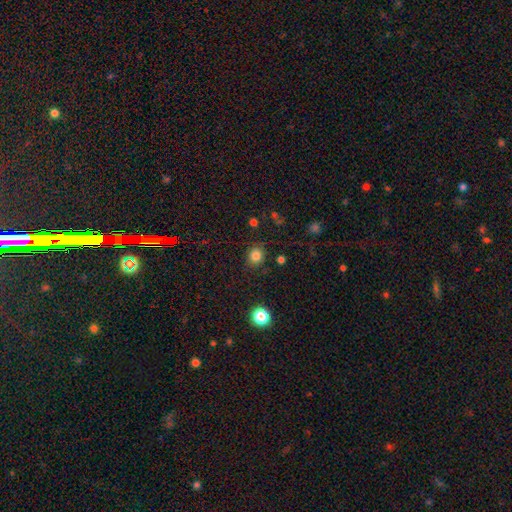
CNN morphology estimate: Smooth or featured? smooth (82%)
How rounded? round (79%)
Merging? none (85%)